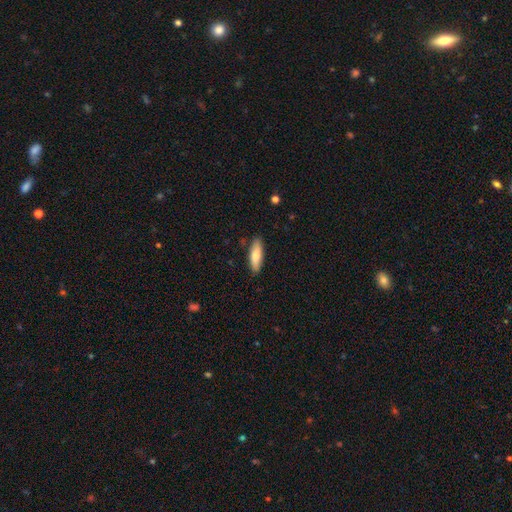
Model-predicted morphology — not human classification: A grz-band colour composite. It shows a smooth galaxy with no disk features (76%) that is in between round and cigar-shaped (55%). Merging: none (87%).